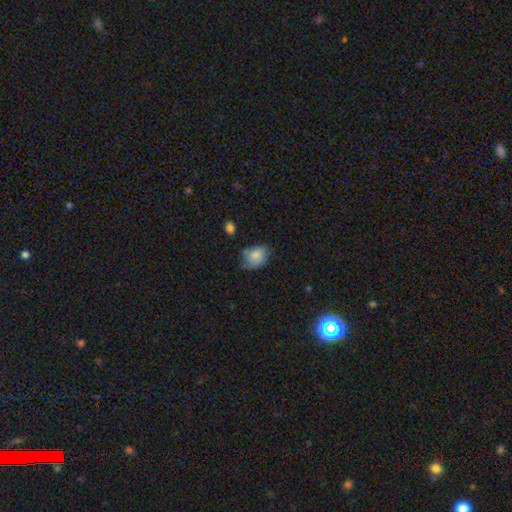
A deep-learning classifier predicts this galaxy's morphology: This appears to be a smooth galaxy with no disk features (79%) that is in between round and cigar-shaped (72%). Merging: none (50%).